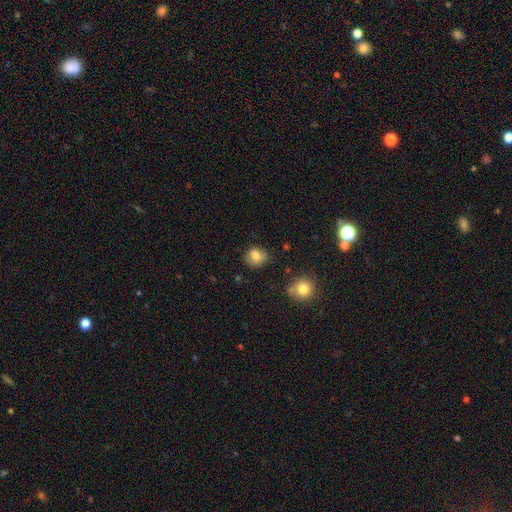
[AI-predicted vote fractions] Smooth or featured? Predicted: smooth (p=0.79). How rounded? Predicted: round (p=0.71). Merging? Predicted: none (p=0.70).